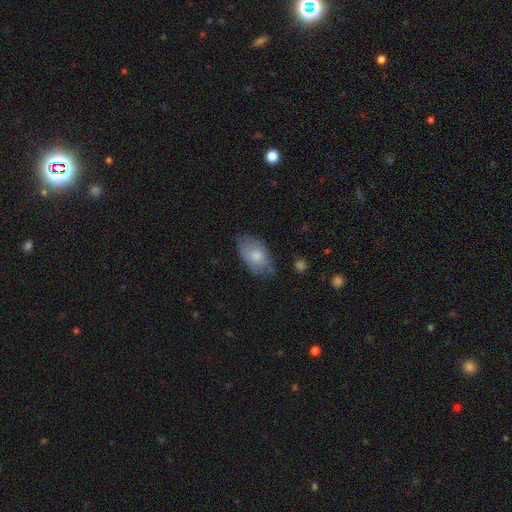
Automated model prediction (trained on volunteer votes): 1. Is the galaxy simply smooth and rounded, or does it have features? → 74% smooth, 20% featured or disk, 6% star or artifact.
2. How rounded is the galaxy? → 92% in between, 6% round, 2% cigar-shaped.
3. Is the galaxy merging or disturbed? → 60% none, 30% minor disturbance, 8% major disturbance, 2% merger.